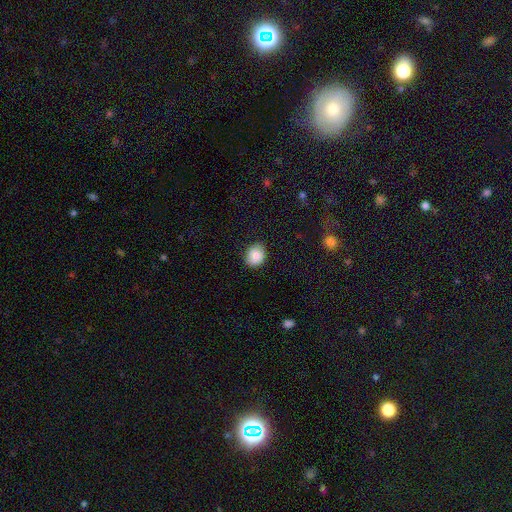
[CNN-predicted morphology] The model was most divided on "how rounded": round: 64%, in between: 35%, cigar-shaped: 1%. More confident: smooth or featured — smooth (86%); merging — none (81%).